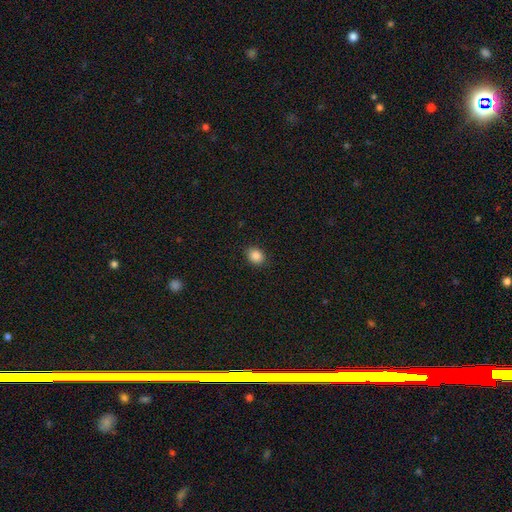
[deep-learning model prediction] Smooth or featured?
  - smooth: 87% *
  - star or artifact: 9%
  - featured or disk: 4%
How rounded?
  - round: 55% *
  - in between: 44%
  - cigar-shaped: 1%
Merging?
  - none: 89% *
  - minor disturbance: 8%
  - major disturbance: 2%
  - merger: 1%